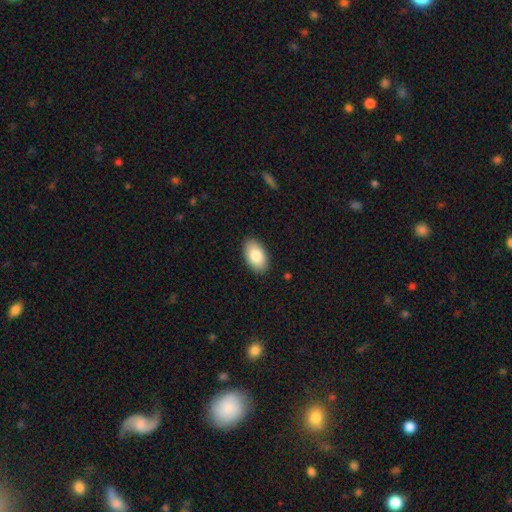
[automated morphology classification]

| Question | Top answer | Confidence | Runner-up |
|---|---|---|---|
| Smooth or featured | smooth | 84% | featured or disk (9%) |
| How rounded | in between | 94% | round (4%) |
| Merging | none | 89% | minor disturbance (8%) |